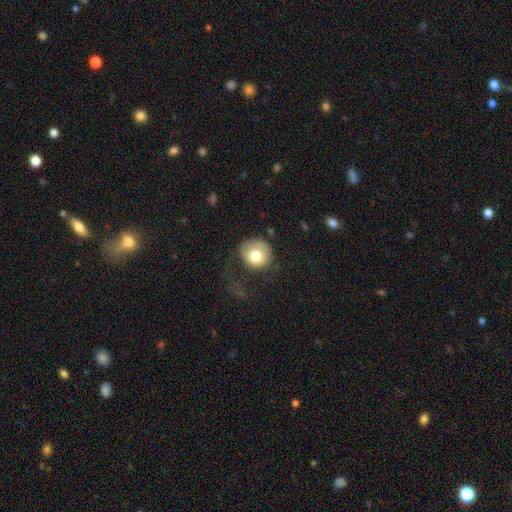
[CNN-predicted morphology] Smooth or featured?
  - smooth: 76% *
  - featured or disk: 16%
  - star or artifact: 8%
How rounded?
  - round: 85% *
  - in between: 14%
  - cigar-shaped: 1%
Merging?
  - none: 45% *
  - major disturbance: 28%
  - minor disturbance: 25%
  - merger: 2%